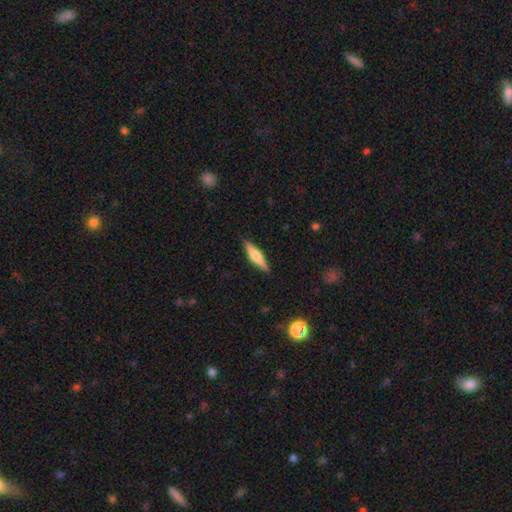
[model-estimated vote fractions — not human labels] Smooth or featured? Predicted: smooth (p=0.50). How rounded? Predicted: cigar-shaped (p=0.78). Merging? Predicted: none (p=0.89).